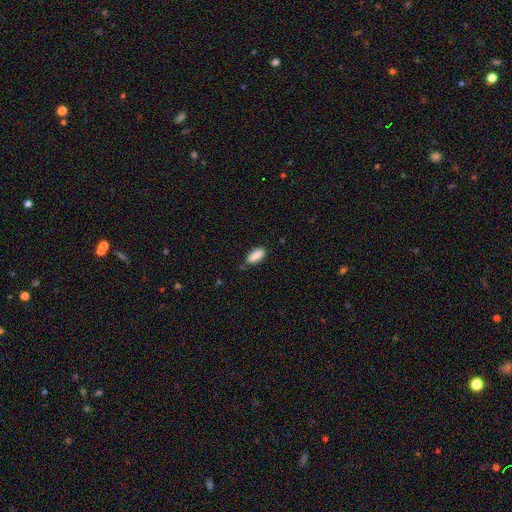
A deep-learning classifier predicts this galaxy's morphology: Smooth or featured? smooth (88%)
How rounded? in between (84%)
Merging? none (73%)